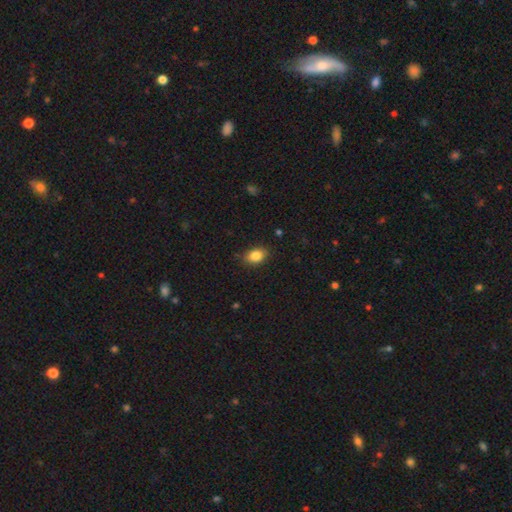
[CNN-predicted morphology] Overall: smooth (85%). How rounded: in between (77%). Merging: none (84%).